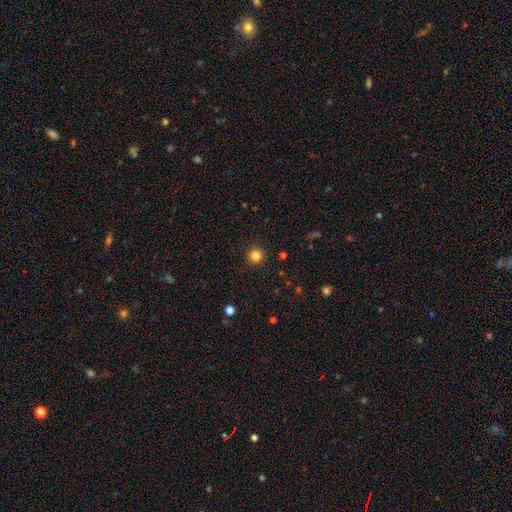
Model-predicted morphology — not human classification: This appears to be a smooth galaxy with no disk features (83%) that is round (95%). Merging: none (92%).